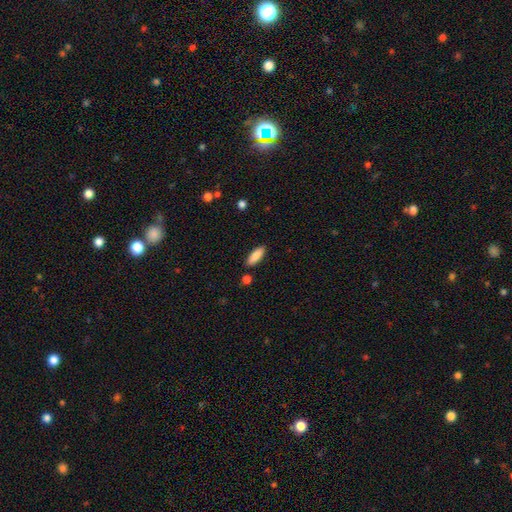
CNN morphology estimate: The model was most divided on "how rounded": in between: 62%, cigar-shaped: 36%, round: 2%. More confident: smooth or featured — smooth (88%); merging — none (86%).